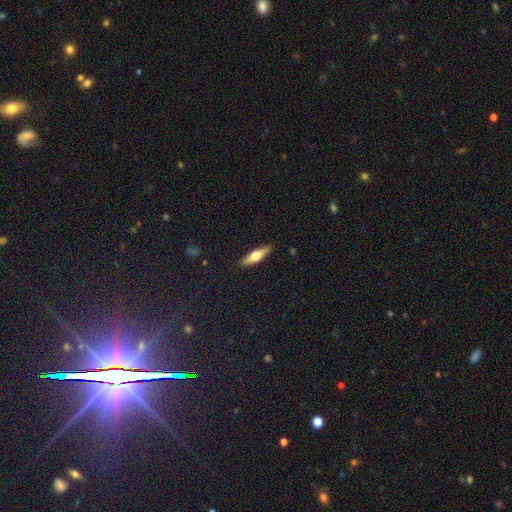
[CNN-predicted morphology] type=featured or disk (54%); edge-on=yes (94%); edge-on bulge=rounded (94%); merging=none (89%).